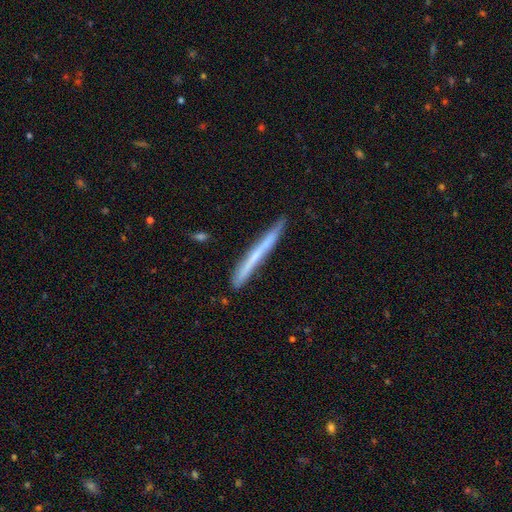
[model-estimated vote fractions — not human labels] A featured or disk galaxy (48%).

Vote fractions:
- Smooth or featured? featured or disk: 48% / smooth: 46% / star or artifact: 6%
- Merging? none: 83% / minor disturbance: 14% / major disturbance: 2% / merger: 2%